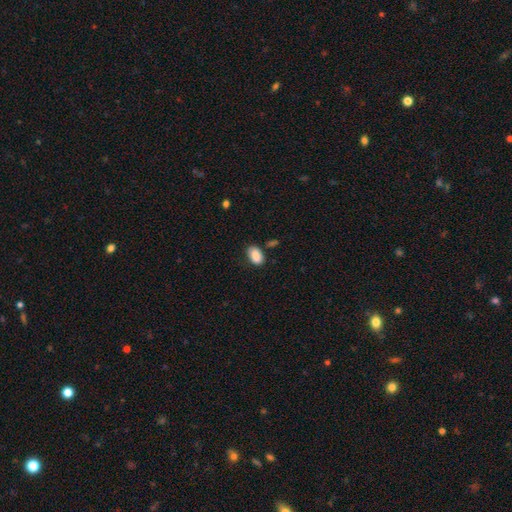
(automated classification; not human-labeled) This appears to be a smooth galaxy with no disk features (87%) that is in between round and cigar-shaped (90%). Merging: none (76%).